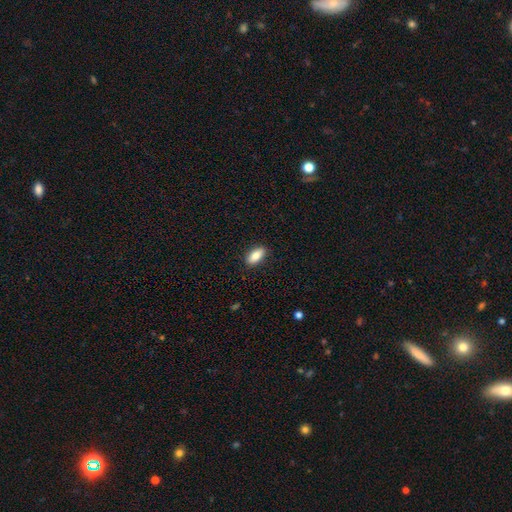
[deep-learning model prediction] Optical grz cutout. It shows a smooth galaxy with no disk features (83%) that is in between round and cigar-shaped (85%). Merging: none (89%).